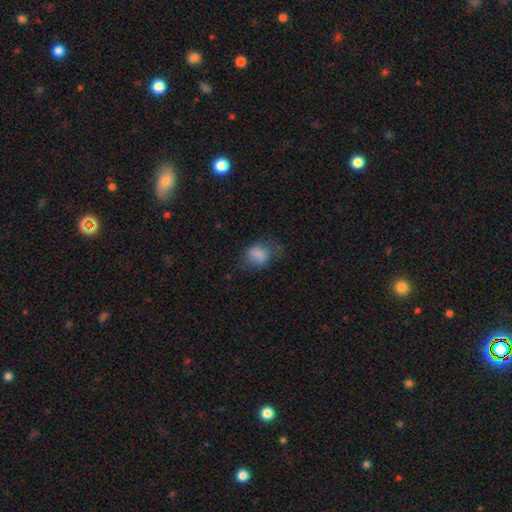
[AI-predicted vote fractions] A smooth galaxy with no disk features (80%) that is in between round and cigar-shaped (62%). Merging: none (54%).